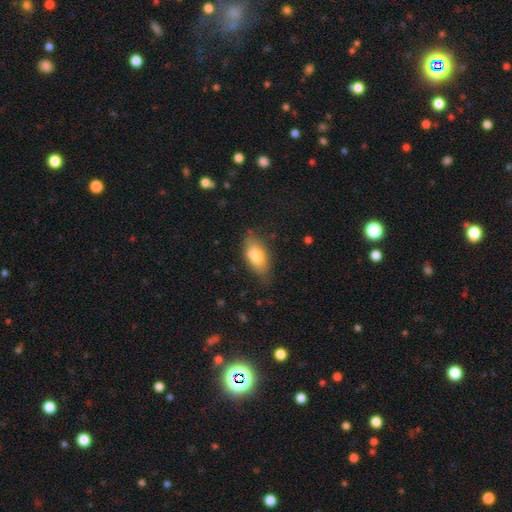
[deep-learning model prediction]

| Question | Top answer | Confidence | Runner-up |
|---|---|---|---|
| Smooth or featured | smooth | 78% | featured or disk (15%) |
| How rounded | in between | 88% | cigar-shaped (9%) |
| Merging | none | 69% | minor disturbance (24%) |